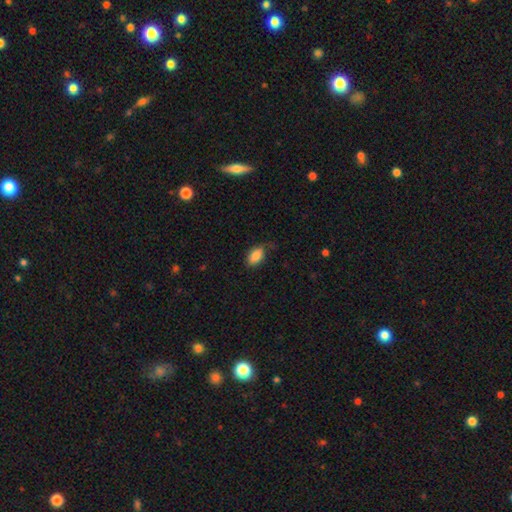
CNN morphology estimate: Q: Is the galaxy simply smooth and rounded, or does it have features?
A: smooth — 84%.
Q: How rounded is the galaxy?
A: in between — 92%.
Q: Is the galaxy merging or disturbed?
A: none — 57%.